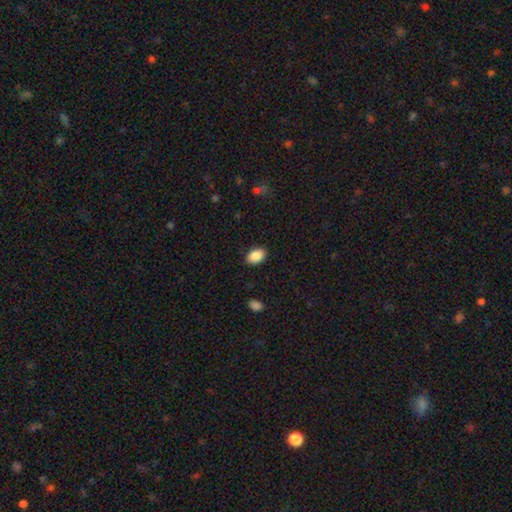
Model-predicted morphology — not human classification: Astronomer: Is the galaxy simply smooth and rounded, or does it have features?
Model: smooth — 88%.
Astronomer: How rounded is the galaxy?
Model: in between — 89%.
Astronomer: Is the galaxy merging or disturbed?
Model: none — 88%.